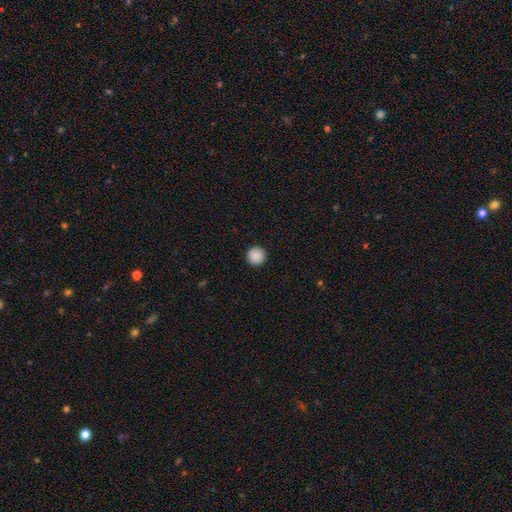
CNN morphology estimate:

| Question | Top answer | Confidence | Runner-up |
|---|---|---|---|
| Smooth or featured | smooth | 89% | star or artifact (8%) |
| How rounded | round | 96% | in between (3%) |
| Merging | none | 93% | minor disturbance (4%) |